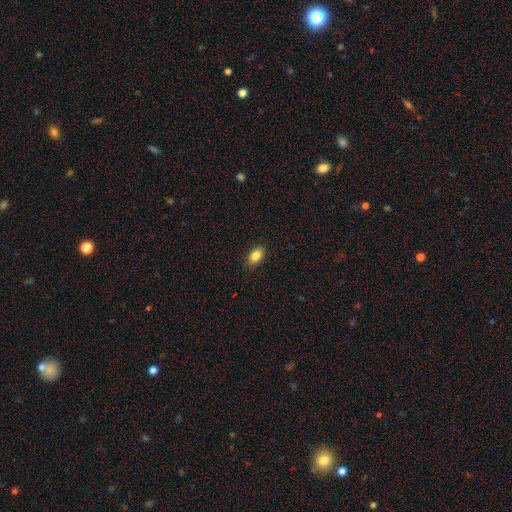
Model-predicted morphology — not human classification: smooth 85%, star or artifact 8%, featured or disk 6%. Down the decision tree: how rounded — in between (88%); merging — none (89%).